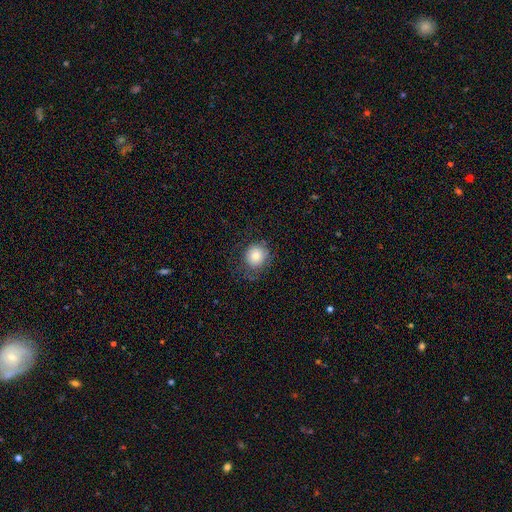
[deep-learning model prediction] This is likely a smooth galaxy (76%). How rounded: clearly round (85%). Merging: likely none (70%).